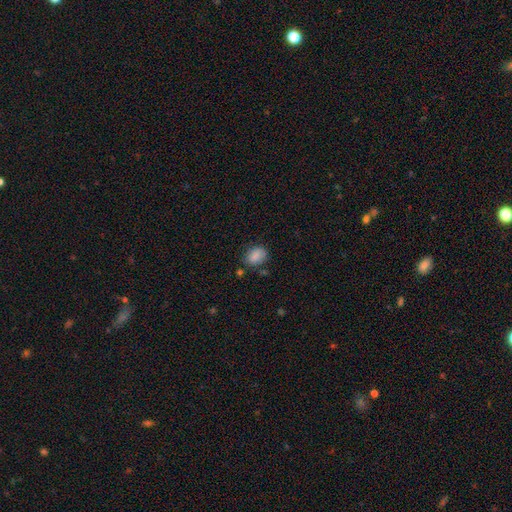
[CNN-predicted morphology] Smooth or featured? Predicted: smooth (p=0.86). How rounded? Predicted: in between (p=0.67). Merging? Predicted: none (p=0.74).